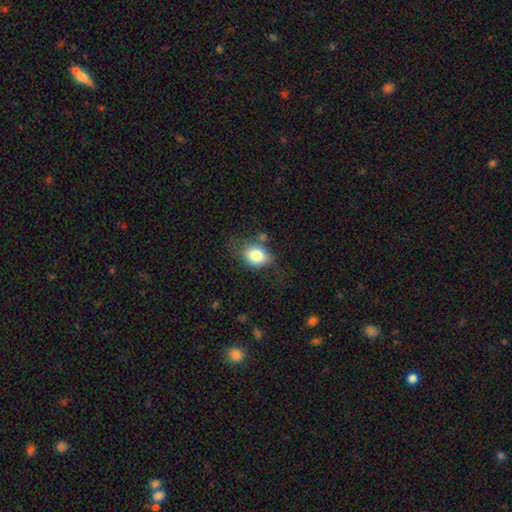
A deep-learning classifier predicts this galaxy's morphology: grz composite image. It shows a smooth galaxy with no disk features (73%) that is in between round and cigar-shaped (52%). Merging: none (72%).